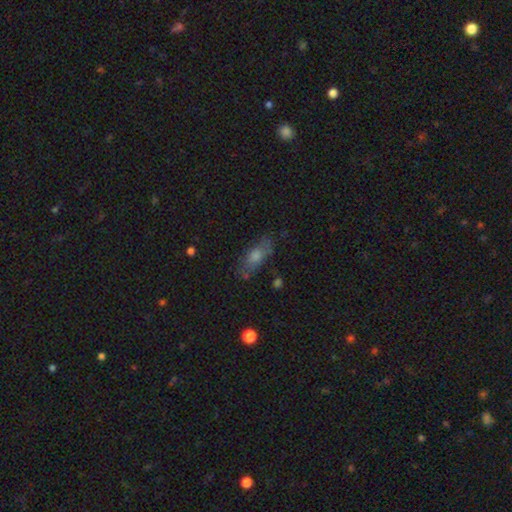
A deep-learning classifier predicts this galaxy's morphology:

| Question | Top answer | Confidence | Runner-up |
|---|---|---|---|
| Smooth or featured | smooth | 53% | featured or disk (32%) |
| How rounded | in between | 62% | cigar-shaped (32%) |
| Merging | none | 75% | minor disturbance (16%) |